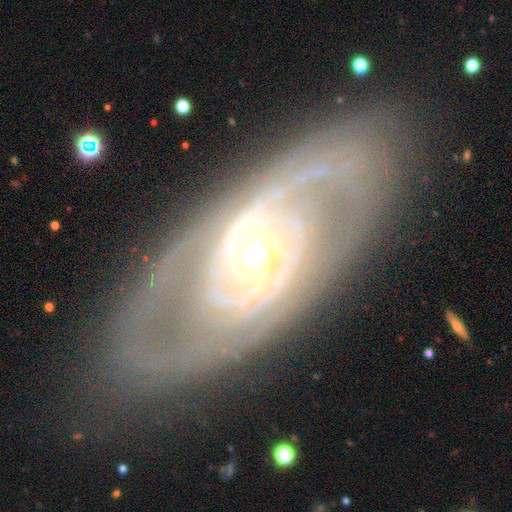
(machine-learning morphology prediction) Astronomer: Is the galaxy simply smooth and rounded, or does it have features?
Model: featured or disk — 89%.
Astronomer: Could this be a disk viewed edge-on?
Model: no — 91%.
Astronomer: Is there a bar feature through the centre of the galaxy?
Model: no — 64%.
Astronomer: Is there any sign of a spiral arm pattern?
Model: yes — 89%.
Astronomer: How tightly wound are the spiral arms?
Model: tight — 63%.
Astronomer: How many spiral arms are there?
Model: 2 — 44% (runner-up: can't tell, 25%).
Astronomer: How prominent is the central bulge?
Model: moderate — 70%.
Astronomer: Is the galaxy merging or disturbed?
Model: none — 67%.